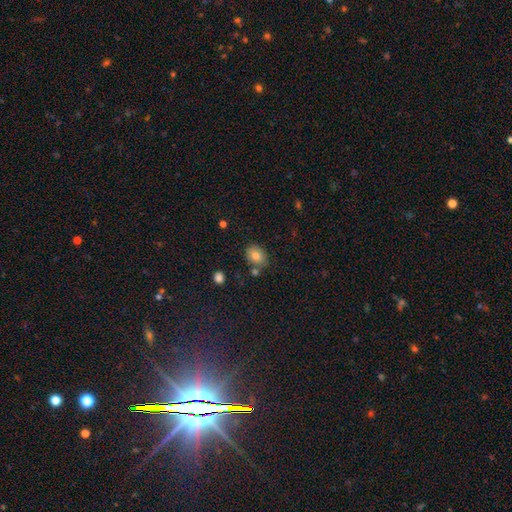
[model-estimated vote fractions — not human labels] This appears to be a smooth galaxy with no disk features (80%) that is in between round and cigar-shaped (61%). Merging: none (75%).